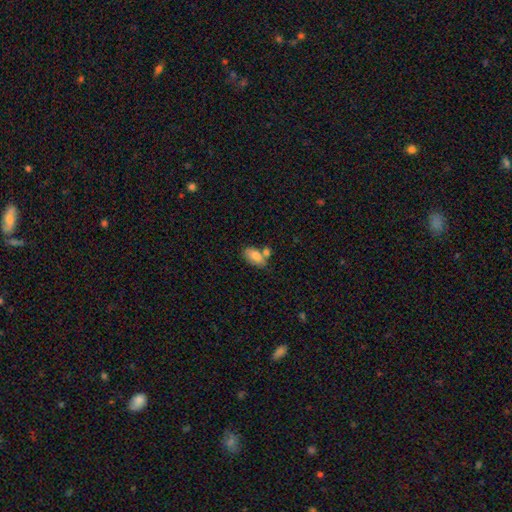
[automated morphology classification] Smooth or featured: smooth — 82% (featured or disk — 11%)
How rounded: in between — 92% (round — 5%)
Merging: none — 50% (merger — 28%)